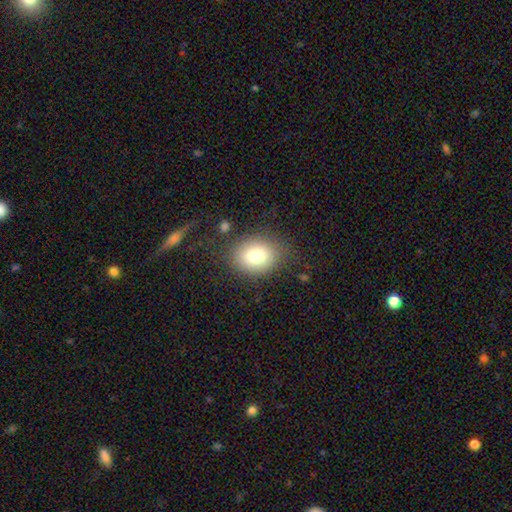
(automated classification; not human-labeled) smooth-or-featured: smooth: 78% | featured or disk: 12% | star or artifact: 10%
  how-rounded: in between: 57% | round: 42% | cigar-shaped: 1%
  merging: none: 78% | minor disturbance: 14% | major disturbance: 6% | merger: 3%